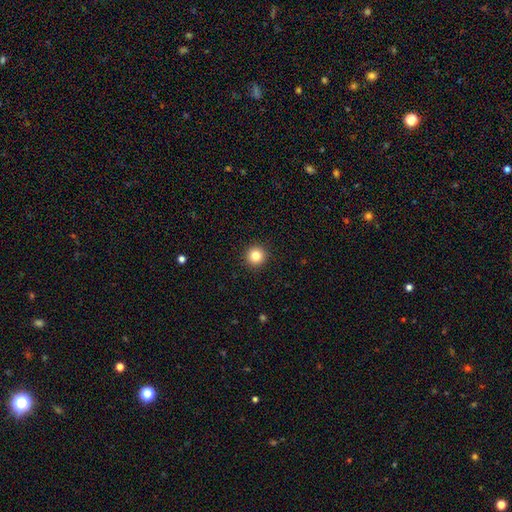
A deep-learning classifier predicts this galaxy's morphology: smooth_or_featured: smooth (p=0.83) [alt: star or artifact p=0.12]
how_rounded: round (p=0.96) [alt: in between p=0.03]
merging: none (p=0.94) [alt: minor disturbance p=0.04]